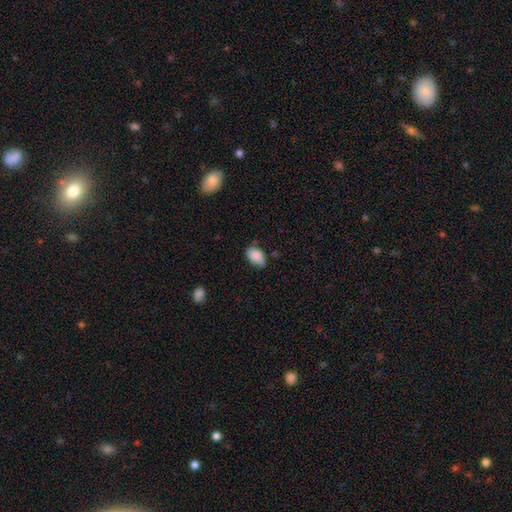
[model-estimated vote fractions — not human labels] smooth-or-featured: smooth: 87% | star or artifact: 7% | featured or disk: 6%
  how-rounded: in between: 90% | round: 9% | cigar-shaped: 1%
  merging: none: 63% | minor disturbance: 29% | major disturbance: 5% | merger: 2%